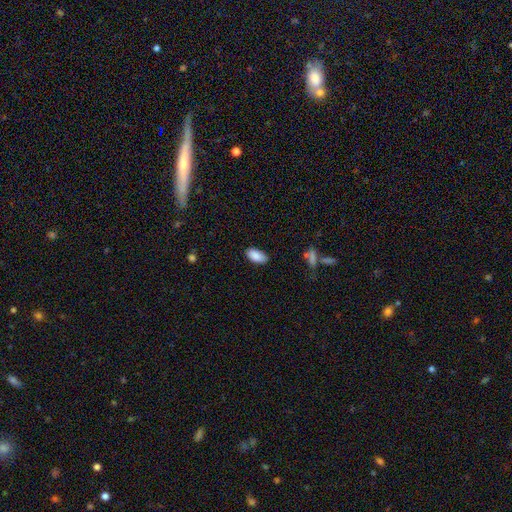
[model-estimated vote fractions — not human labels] This is clearly a smooth galaxy (89%). How rounded: clearly in between (94%). Merging: clearly none (81%).